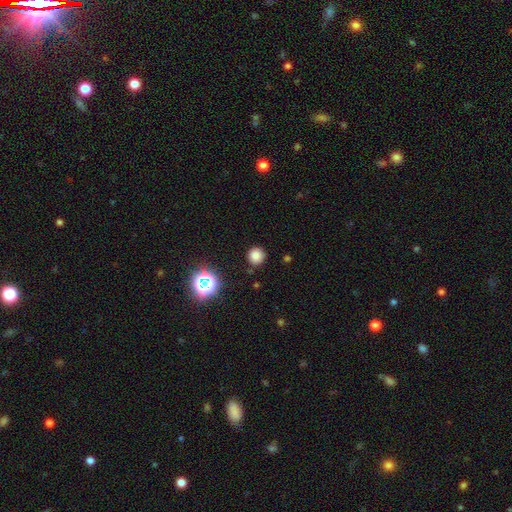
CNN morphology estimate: Q: Smooth or featured?
A: smooth (78%); runner-up: star or artifact (17%)
Q: How rounded?
A: round (93%); runner-up: in between (6%)
Q: Merging?
A: none (88%); runner-up: minor disturbance (7%)